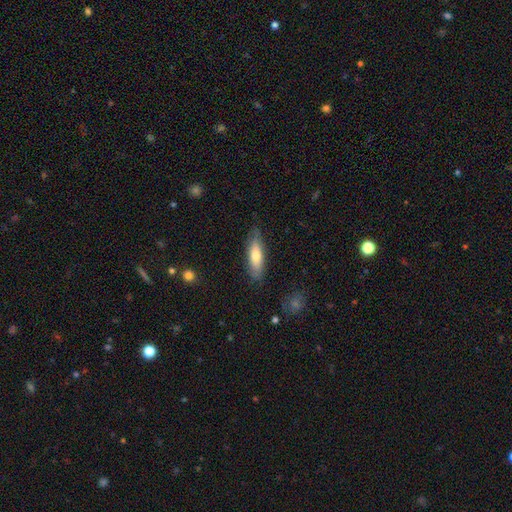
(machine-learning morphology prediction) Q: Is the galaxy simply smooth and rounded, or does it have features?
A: smooth — 68%.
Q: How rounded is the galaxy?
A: cigar-shaped — 51%.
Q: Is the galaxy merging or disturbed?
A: none — 79%.